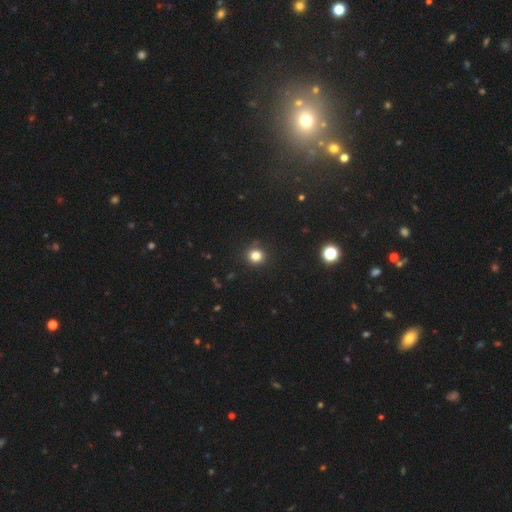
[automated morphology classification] A smooth galaxy with no disk features (81%) that is round (90%).

Vote fractions:
- Smooth or featured? smooth: 81% / star or artifact: 14% / featured or disk: 5%
- How rounded? round: 90% / in between: 9% / cigar-shaped: 1%
- Merging? none: 89% / minor disturbance: 7% / major disturbance: 2% / merger: 1%